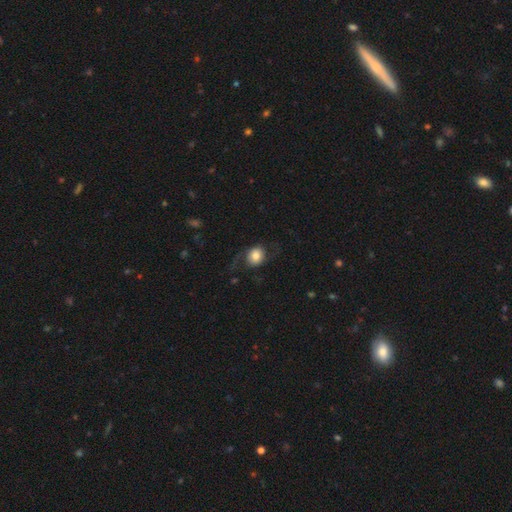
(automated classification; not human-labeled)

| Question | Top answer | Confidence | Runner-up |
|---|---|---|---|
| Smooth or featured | smooth | 59% | featured or disk (33%) |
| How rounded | round | 66% | in between (33%) |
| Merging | none | 57% | major disturbance (23%) |